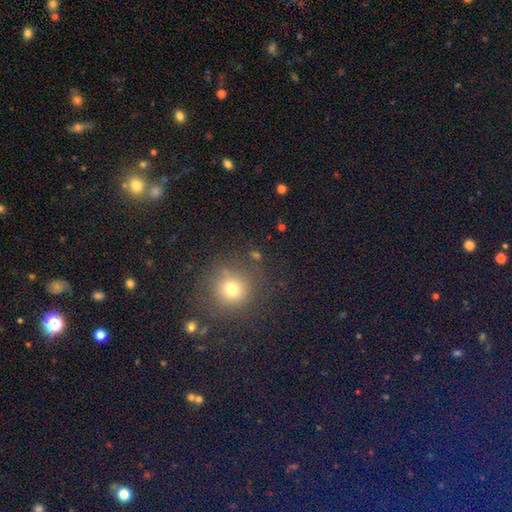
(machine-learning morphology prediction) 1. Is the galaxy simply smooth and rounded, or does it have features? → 62% smooth, 29% star or artifact, 9% featured or disk.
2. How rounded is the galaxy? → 90% round, 8% in between, 1% cigar-shaped.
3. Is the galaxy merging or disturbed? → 83% none, 9% minor disturbance, 4% merger, 4% major disturbance.